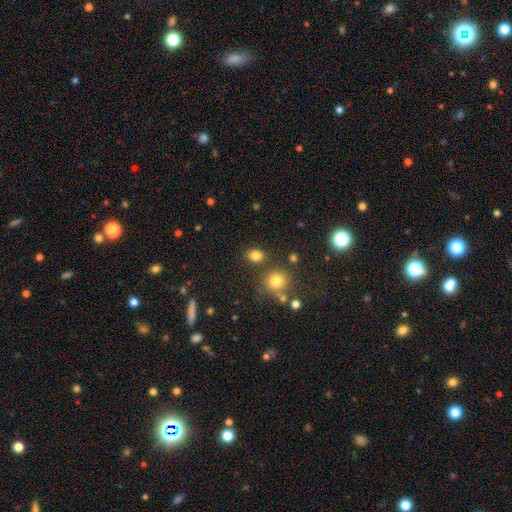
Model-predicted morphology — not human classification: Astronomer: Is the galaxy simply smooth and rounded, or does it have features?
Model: smooth — 81%.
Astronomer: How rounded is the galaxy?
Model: in between — 51% (runner-up: round, 48%).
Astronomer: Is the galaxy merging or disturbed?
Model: none — 78%.